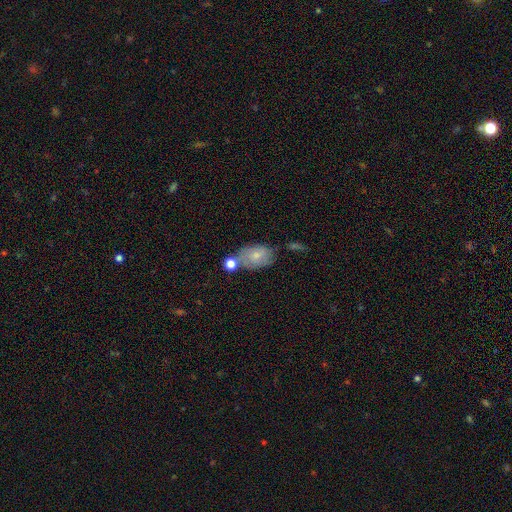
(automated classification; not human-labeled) Overall: smooth (62%; featured or disk 29%). How rounded: in between (83%). Merging: none (46%; minor disturbance 23%).